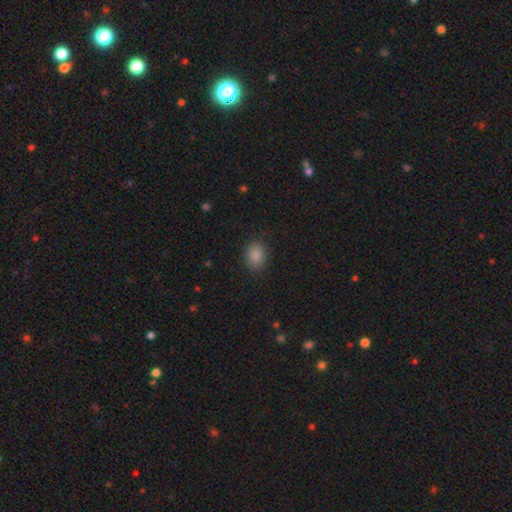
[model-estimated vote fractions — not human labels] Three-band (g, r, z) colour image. It shows a smooth galaxy with no disk features (85%) that is in between round and cigar-shaped (62%). Merging: none (87%).